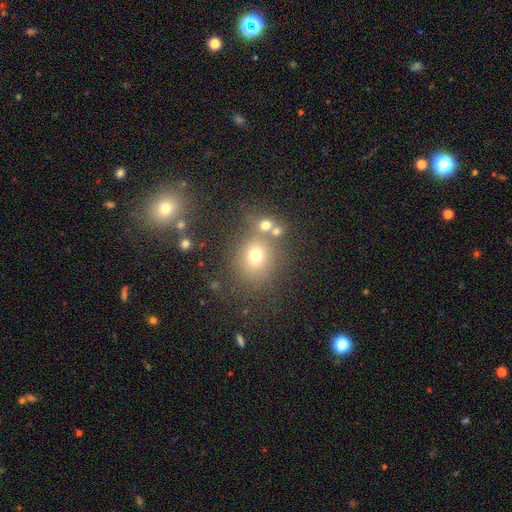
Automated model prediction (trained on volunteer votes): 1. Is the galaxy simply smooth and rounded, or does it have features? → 68% smooth, 20% star or artifact, 13% featured or disk.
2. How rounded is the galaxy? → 77% round, 21% in between, 1% cigar-shaped.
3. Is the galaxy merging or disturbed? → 65% none, 18% merger, 12% minor disturbance, 6% major disturbance.